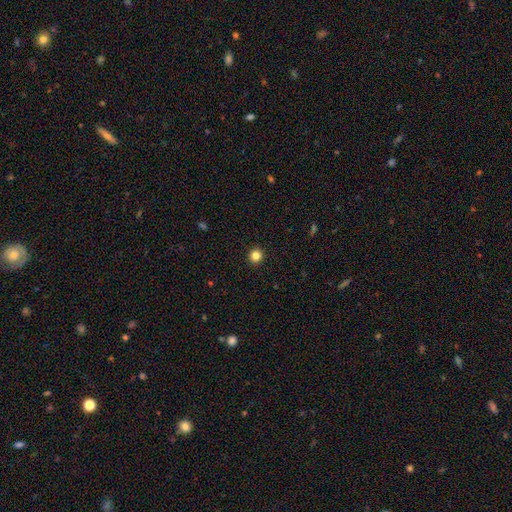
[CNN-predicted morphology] smooth 83%, star or artifact 12%, featured or disk 4%. Down the decision tree: how rounded — round (93%); merging — none (93%).